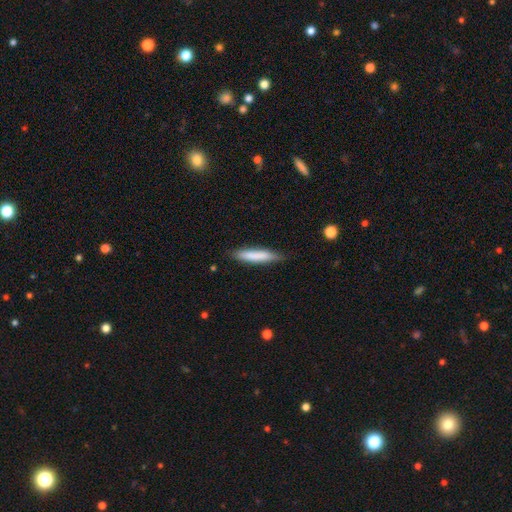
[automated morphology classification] This appears to be a smooth galaxy with no disk features (78%) that is cigar-shaped (87%). Merging: none (80%).